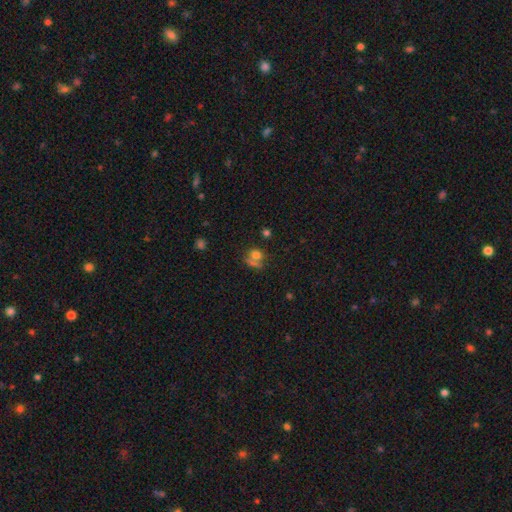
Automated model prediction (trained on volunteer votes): This appears to be a smooth galaxy with no disk features (67%) that is round (77%). Merging: none (54%).